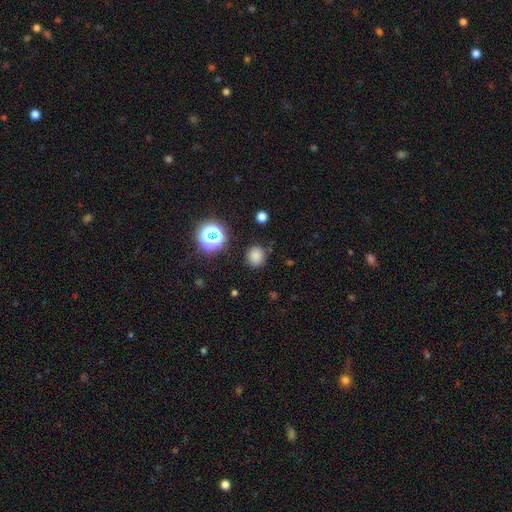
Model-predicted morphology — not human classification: A smooth galaxy with no disk features (79%) that is round (83%).

Vote fractions:
- Smooth or featured? smooth: 79% / star or artifact: 16% / featured or disk: 5%
- How rounded? round: 83% / in between: 16% / cigar-shaped: 1%
- Merging? none: 84% / minor disturbance: 10% / major disturbance: 3% / merger: 2%